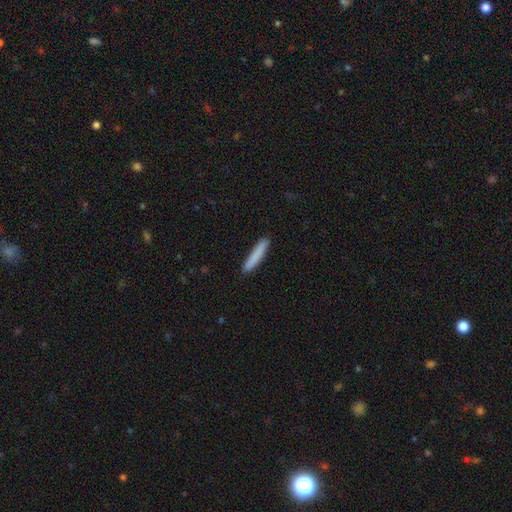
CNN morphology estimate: This is clearly a smooth galaxy (84%). How rounded: clearly cigar-shaped (95%). Merging: clearly none (91%).